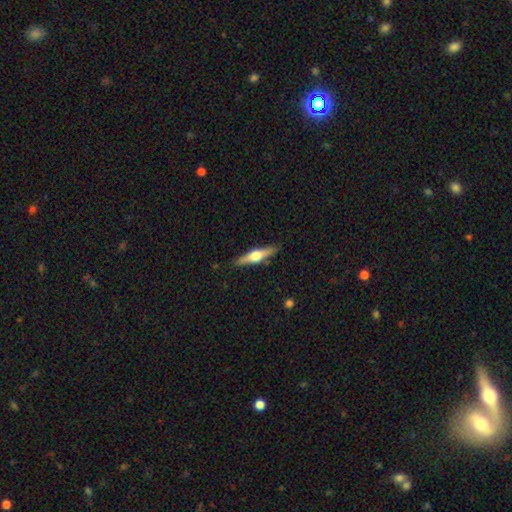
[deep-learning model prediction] Q: Smooth or featured?
A: featured or disk (65%); runner-up: smooth (30%)
Q: Edge-on disk?
A: yes (97%); runner-up: no (3%)
Q: Edge-on bulge?
A: rounded (93%); runner-up: boxy (5%)
Q: Merging?
A: none (88%); runner-up: minor disturbance (8%)